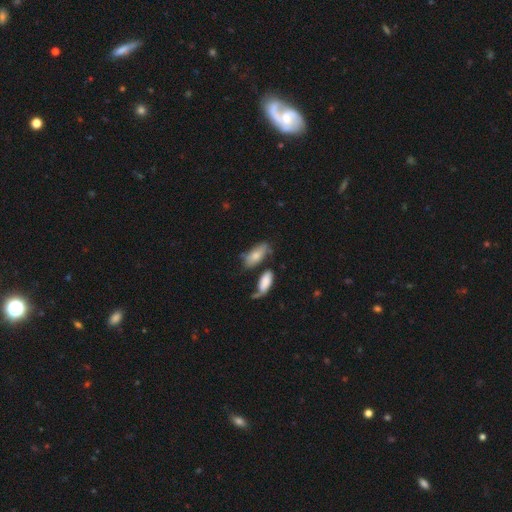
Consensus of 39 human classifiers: This is likely a smooth galaxy (77%). How rounded: clearly in between (87%). Merging: marginally minor disturbance (44%).